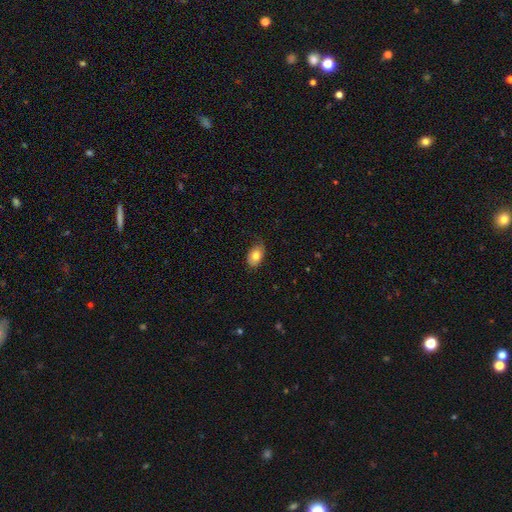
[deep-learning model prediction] smooth_or_featured: smooth (p=0.79) [alt: featured or disk p=0.13]
how_rounded: in between (p=0.89) [alt: round p=0.10]
merging: none (p=0.74) [alt: minor disturbance p=0.22]